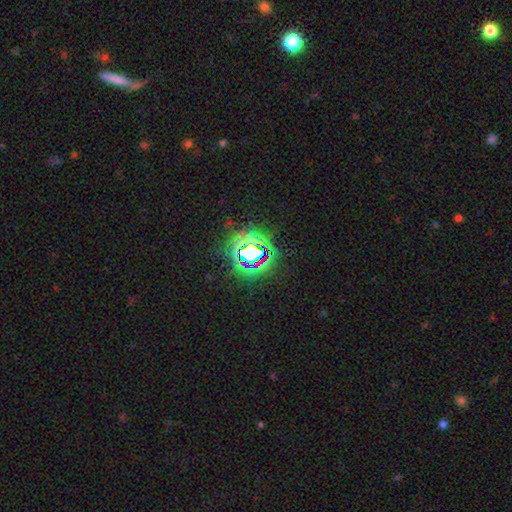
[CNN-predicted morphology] type=star or artifact (70%).